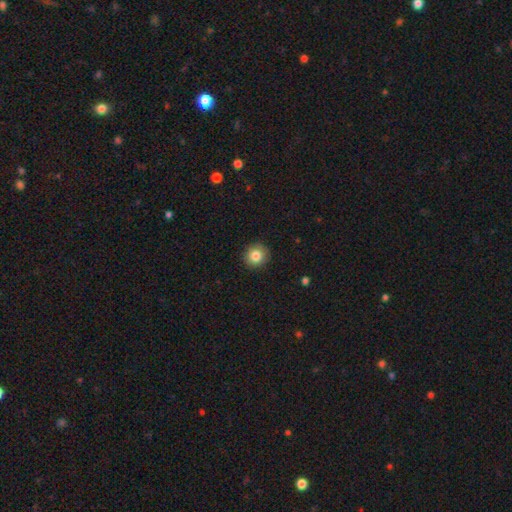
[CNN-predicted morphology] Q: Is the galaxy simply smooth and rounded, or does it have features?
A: smooth — 84%.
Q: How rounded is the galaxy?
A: round — 91%.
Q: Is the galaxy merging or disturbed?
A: none — 91%.